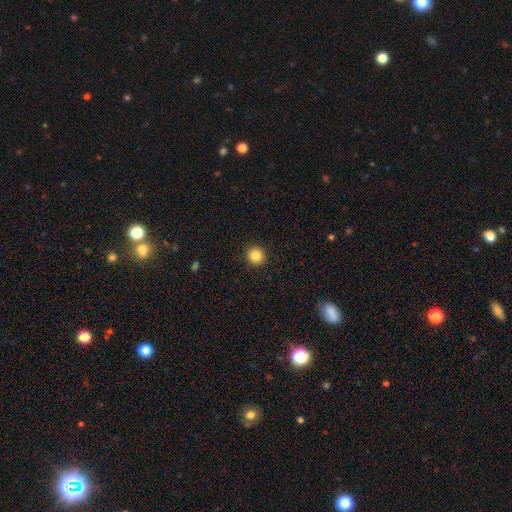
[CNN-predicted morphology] smooth_or_featured: smooth (p=0.85) [alt: star or artifact p=0.11]
how_rounded: round (p=0.93) [alt: in between p=0.06]
merging: none (p=0.92) [alt: minor disturbance p=0.05]